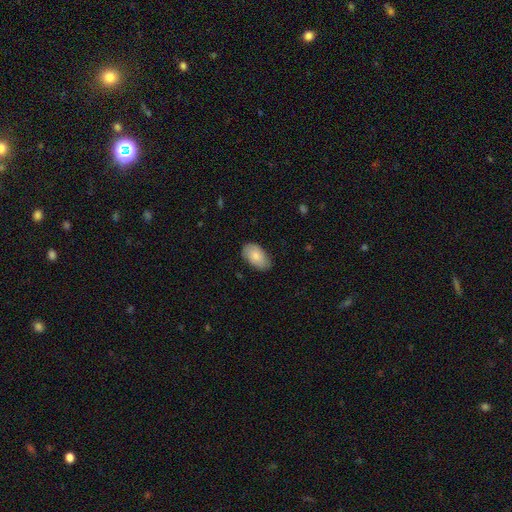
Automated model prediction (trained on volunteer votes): Q: Smooth or featured?
A: smooth (83%); runner-up: featured or disk (12%)
Q: How rounded?
A: in between (95%); runner-up: round (4%)
Q: Merging?
A: none (79%); runner-up: minor disturbance (18%)